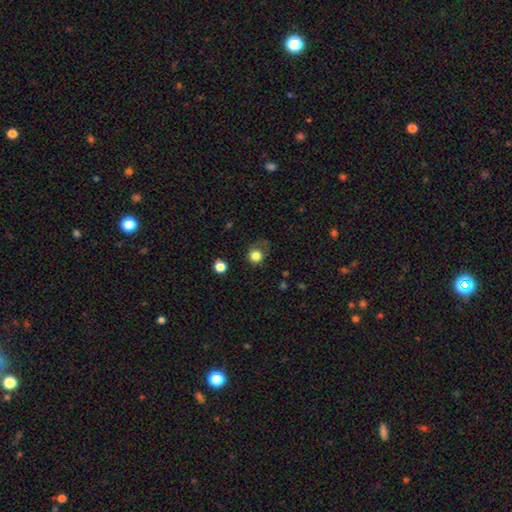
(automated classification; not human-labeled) The model was most divided on "merging": none: 60%, minor disturbance: 25%, major disturbance: 13%, merger: 2%. More confident: how rounded — round (85%); smooth or featured — smooth (82%).